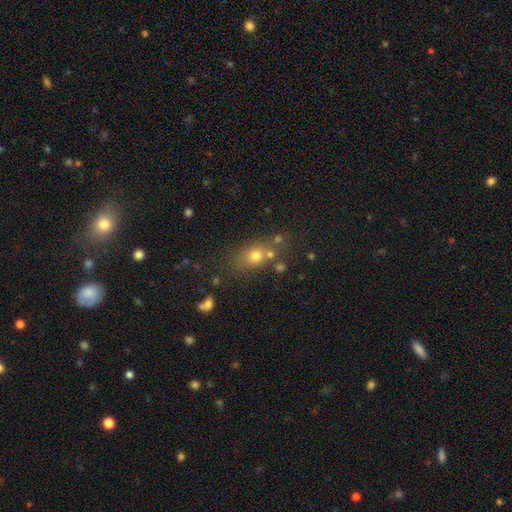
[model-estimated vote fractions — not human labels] The model was most divided on "how rounded": in between: 50%, round: 46%, cigar-shaped: 4%. More confident: smooth or featured — smooth (70%); merging — none (59%).